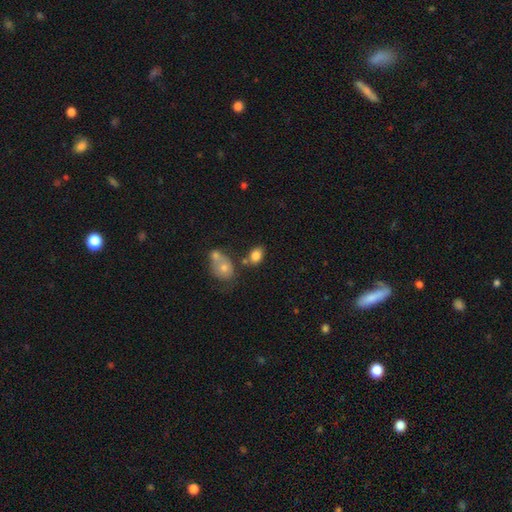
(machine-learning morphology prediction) The model was most divided on "merging": none: 61%, merger: 19%, minor disturbance: 15%, major disturbance: 5%. More confident: smooth or featured — smooth (81%); how rounded — in between (80%).